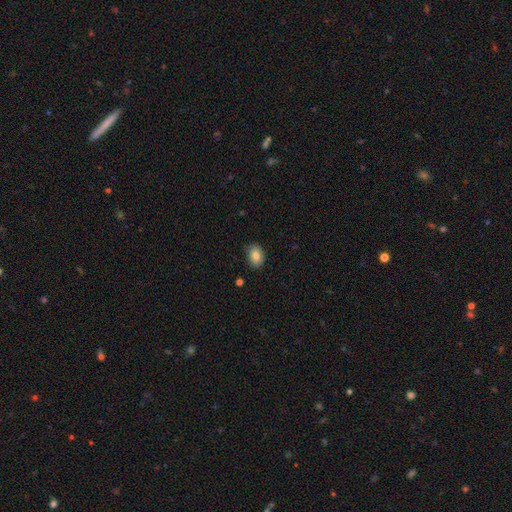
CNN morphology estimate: smooth-or-featured: smooth: 81% | featured or disk: 10% | star or artifact: 9%
  how-rounded: in between: 73% | round: 26% | cigar-shaped: 1%
  merging: none: 83% | minor disturbance: 14% | major disturbance: 2% | merger: 1%